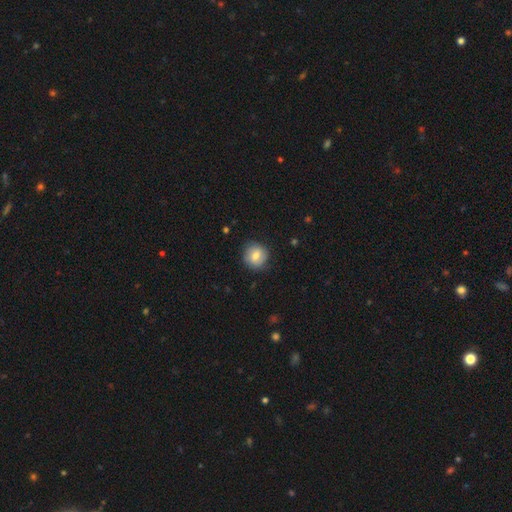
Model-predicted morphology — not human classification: A smooth galaxy with no disk features (70%) that is round (89%). Merging: none (83%).